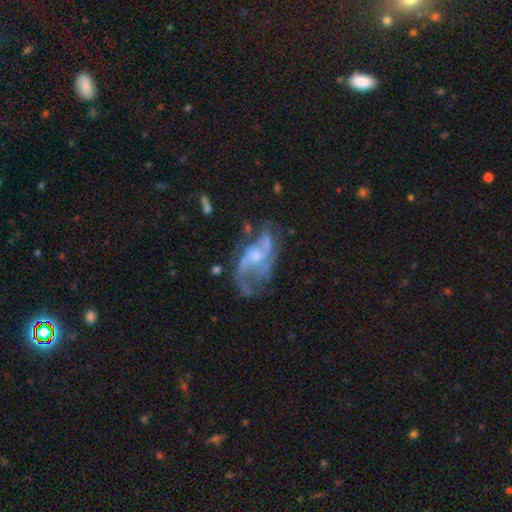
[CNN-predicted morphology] This appears to be a featured or disk galaxy (83%) with no bar (58%), 2 (54%) medium (44%) spiral arms (89%) and a small central bulge (40%, tied with moderate). Merging: none (48%).